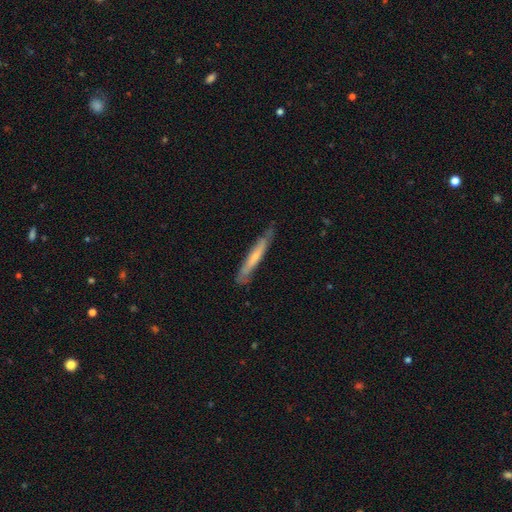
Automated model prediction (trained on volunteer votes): smooth-or-featured: featured or disk: 51% | smooth: 43% | star or artifact: 6%
  disk-edge-on: yes: 82% | no: 18%
  merging: none: 77% | minor disturbance: 18% | major disturbance: 3% | merger: 1%